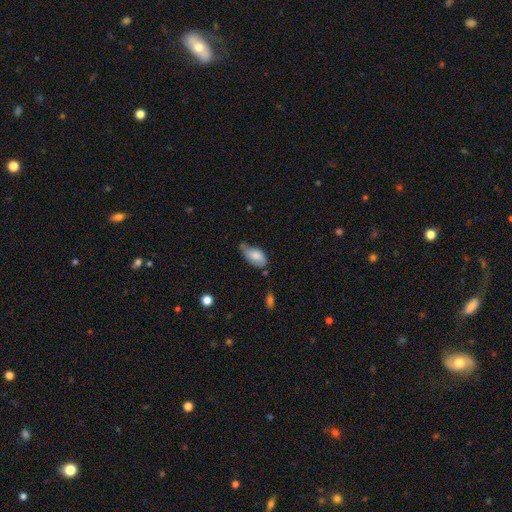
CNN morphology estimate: Q: Smooth or featured?
A: smooth (74%); runner-up: featured or disk (19%)
Q: How rounded?
A: in between (92%); runner-up: cigar-shaped (4%)
Q: Merging?
A: minor disturbance (46%); runner-up: none (32%)